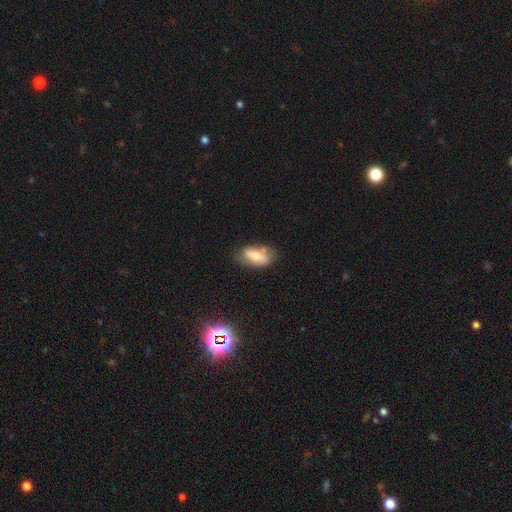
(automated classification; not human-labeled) smooth-or-featured: smooth: 61% | featured or disk: 31% | star or artifact: 8%
  how-rounded: in between: 89% | cigar-shaped: 7% | round: 4%
  merging: none: 66% | minor disturbance: 25% | major disturbance: 6% | merger: 3%